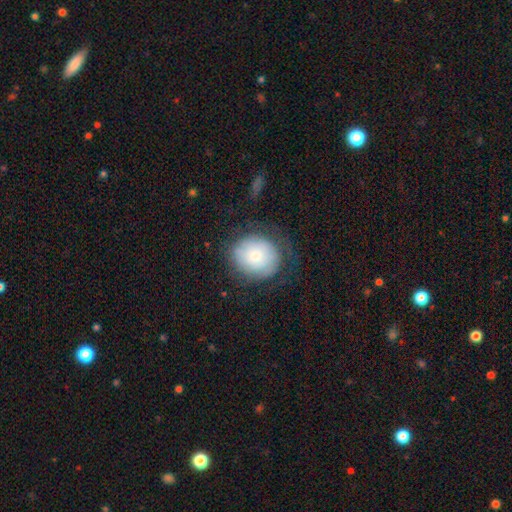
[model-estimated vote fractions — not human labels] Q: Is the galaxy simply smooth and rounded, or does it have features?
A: smooth — 67%.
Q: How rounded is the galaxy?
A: round — 72%.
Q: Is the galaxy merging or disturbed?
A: none — 62%.